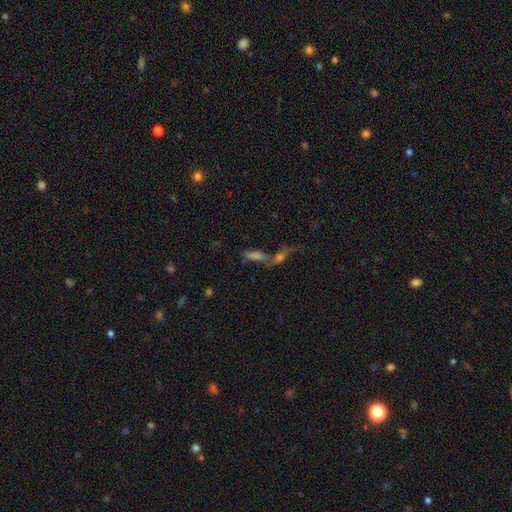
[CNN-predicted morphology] Q: Smooth or featured?
A: smooth (49%); runner-up: featured or disk (27%)
Q: Merging?
A: merger (54%); runner-up: none (29%)